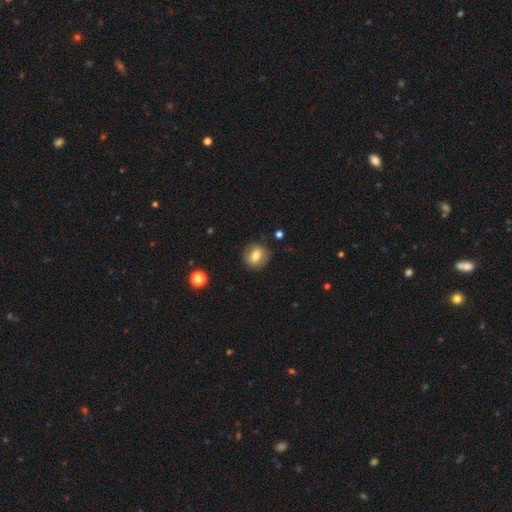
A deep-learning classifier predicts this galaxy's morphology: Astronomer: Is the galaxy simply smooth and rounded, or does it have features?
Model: smooth — 74%.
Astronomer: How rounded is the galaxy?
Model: round — 78%.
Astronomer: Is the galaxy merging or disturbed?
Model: none — 84%.